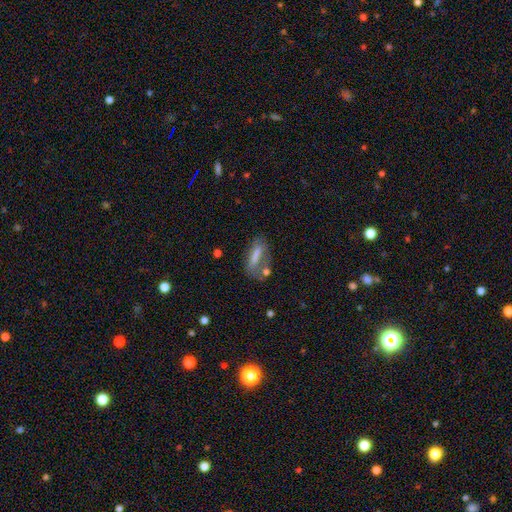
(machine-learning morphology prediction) Overall: smooth (56%; featured or disk 31%). How rounded: cigar-shaped (49%; in between 47%). Merging: none (53%; minor disturbance 21%).